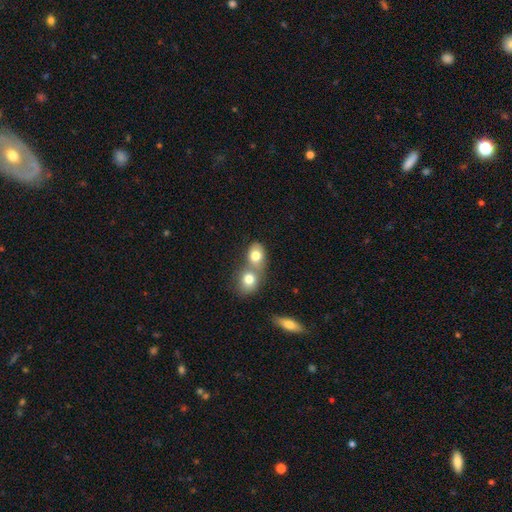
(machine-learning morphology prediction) A smooth galaxy with no disk features (79%) that is round (52%). Merging: merger (66%).